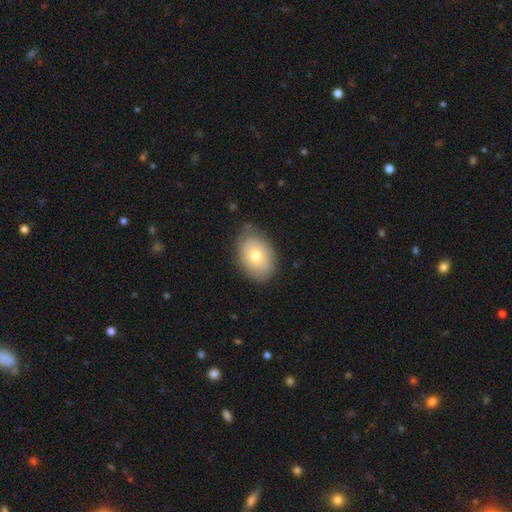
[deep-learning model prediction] Morphology: type=smooth (71%); roundness=in between (81%); merging=none (74%).